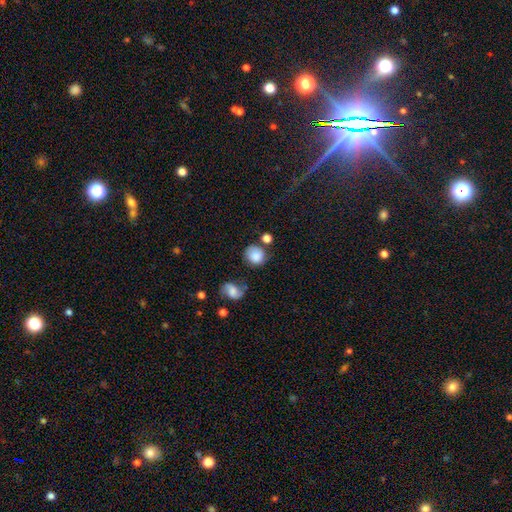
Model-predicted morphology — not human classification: A smooth galaxy with no disk features (78%) that is round (80%). Merging: none (57%).